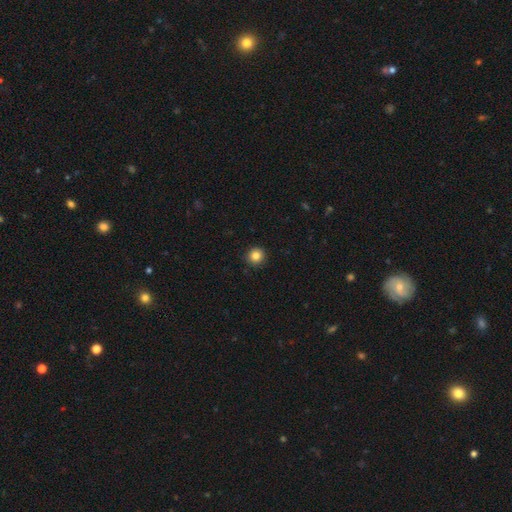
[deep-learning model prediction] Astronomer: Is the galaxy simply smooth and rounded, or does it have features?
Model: smooth — 84%.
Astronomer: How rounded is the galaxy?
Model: round — 94%.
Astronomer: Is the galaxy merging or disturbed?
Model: none — 92%.